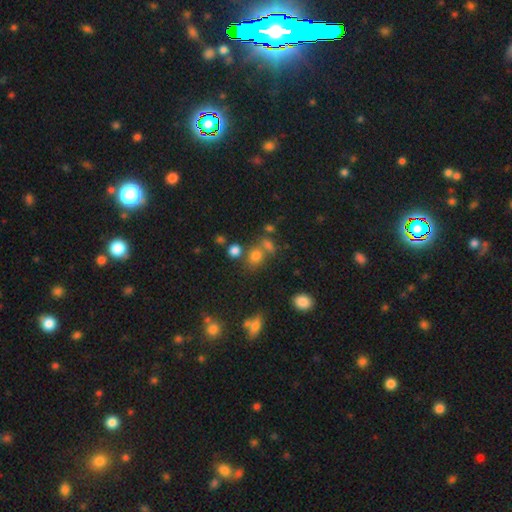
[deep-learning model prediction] A smooth galaxy with no disk features (74%) that is round (69%). Merging: none (58%).